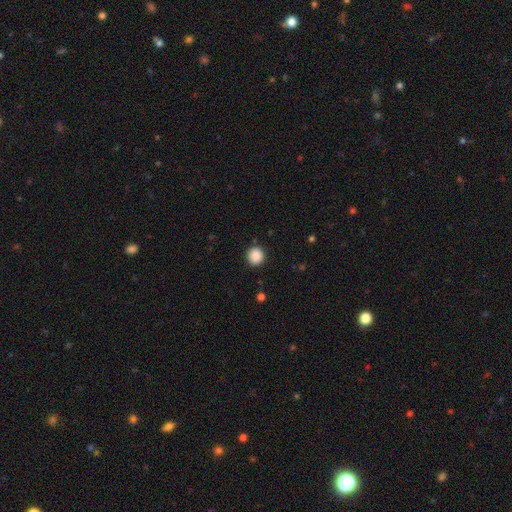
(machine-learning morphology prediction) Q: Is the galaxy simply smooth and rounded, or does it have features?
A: smooth — 88%.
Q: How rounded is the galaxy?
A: round — 94%.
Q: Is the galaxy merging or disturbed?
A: none — 90%.